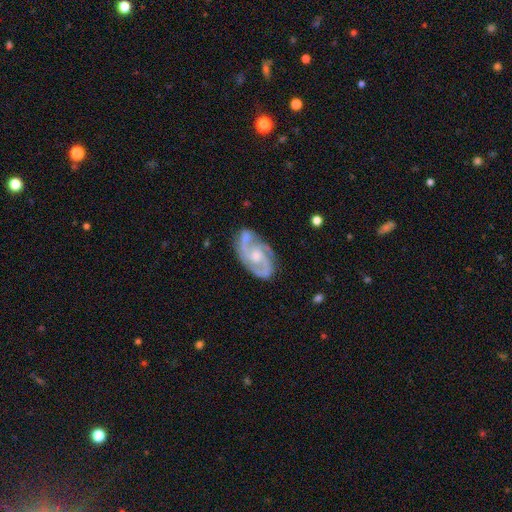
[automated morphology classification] Smooth or featured? Predicted: featured or disk (p=0.89). Edge-on disk? Predicted: no (p=0.97). Bar? Predicted: no (p=0.55). Spiral arms? Predicted: yes (p=0.97). Spiral winding? Predicted: medium (p=0.52). Spiral arm count? Predicted: 2 (p=0.68). Bulge size? Predicted: moderate (p=0.51). Merging? Predicted: none (p=0.72).